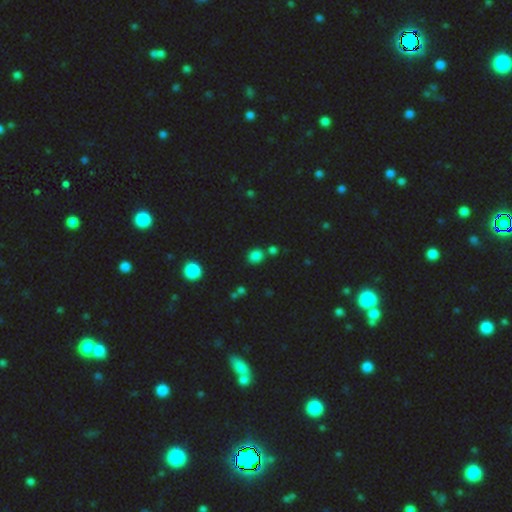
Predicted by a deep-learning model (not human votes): The model was most divided on "how rounded": round: 64%, in between: 35%, cigar-shaped: 1%. More confident: smooth or featured — smooth (78%); merging — none (74%).